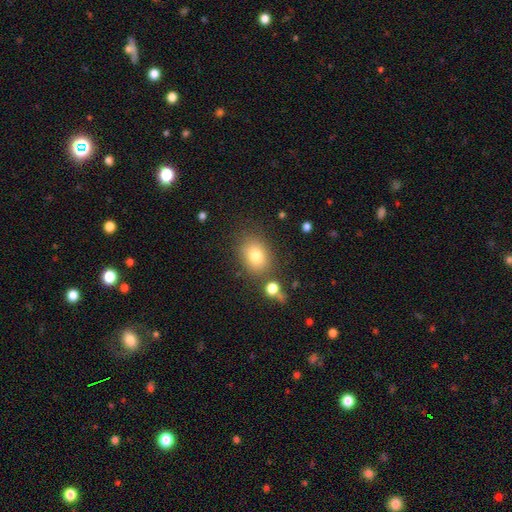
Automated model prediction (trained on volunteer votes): Smooth or featured? smooth (79%)
How rounded? in between (62%)
Merging? none (75%)